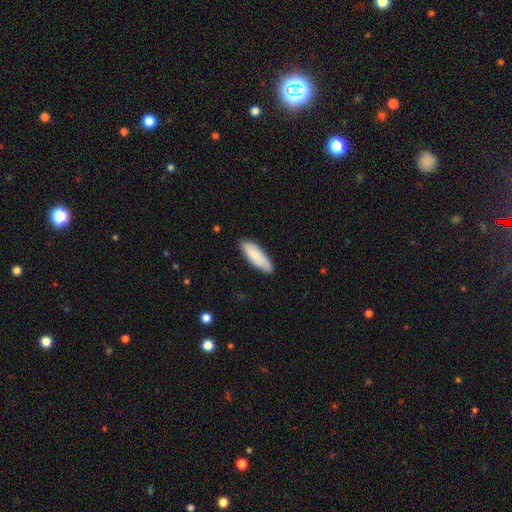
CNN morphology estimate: Smooth or featured?
  - smooth: 74% *
  - featured or disk: 20%
  - star or artifact: 6%
How rounded?
  - in between: 64% *
  - cigar-shaped: 34%
  - round: 2%
Merging?
  - none: 81% *
  - minor disturbance: 15%
  - major disturbance: 2%
  - merger: 1%